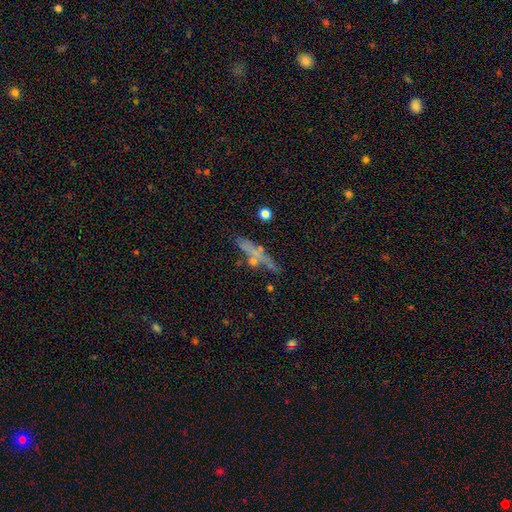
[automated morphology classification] Smooth or featured? smooth (39%)
Merging? none (70%)